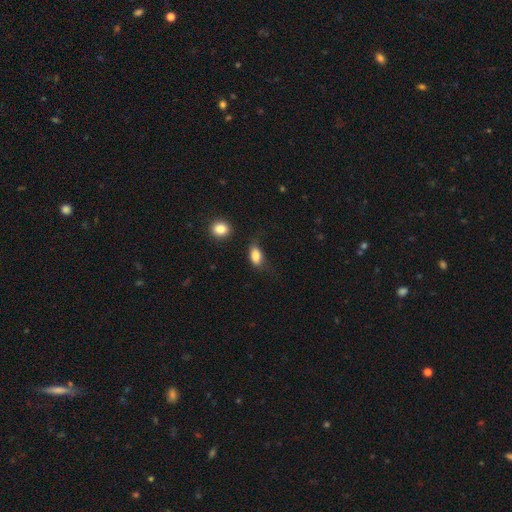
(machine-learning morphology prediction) A smooth galaxy with no disk features (84%) that is in between round and cigar-shaped (87%).

Vote fractions:
- Smooth or featured? smooth: 84% / star or artifact: 8% / featured or disk: 7%
- How rounded? in between: 87% / round: 10% / cigar-shaped: 4%
- Merging? none: 55% / minor disturbance: 28% / major disturbance: 14% / merger: 3%